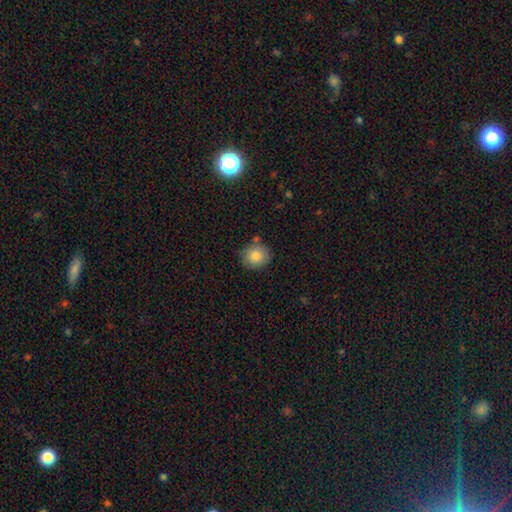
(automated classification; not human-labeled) Smooth or featured: smooth — 83% (star or artifact — 8%)
How rounded: round — 84% (in between — 15%)
Merging: none — 79% (minor disturbance — 13%)